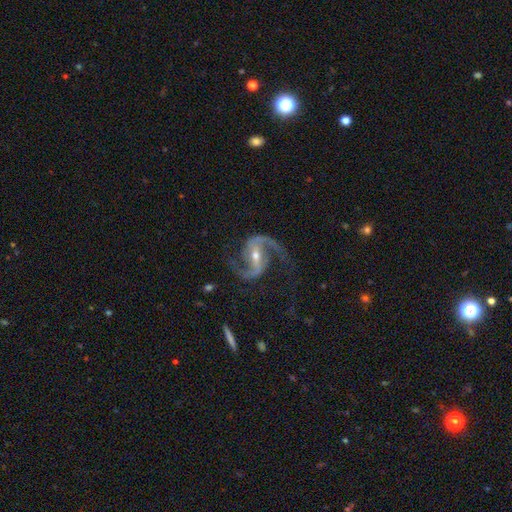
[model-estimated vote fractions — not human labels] smooth-or-featured: featured or disk: 93% | star or artifact: 4% | smooth: 2%
  disk-edge-on: no: 98% | yes: 2%
    bar: strong: 54% | weak: 31% | no: 15%
    has-spiral-arms: yes: 98% | no: 2%
      spiral-winding: medium: 53% | loose: 37% | tight: 10%
      spiral-arm-count: 2: 94% | 1: 1% | can't tell: 1% | 3: 1% | 4: 1% | more than 4: 1%
    bulge-size: small: 50% | moderate: 46% | large: 2% | none: 1% | dominant: 1%
  merging: none: 78% | minor disturbance: 13% | major disturbance: 8% | merger: 2%